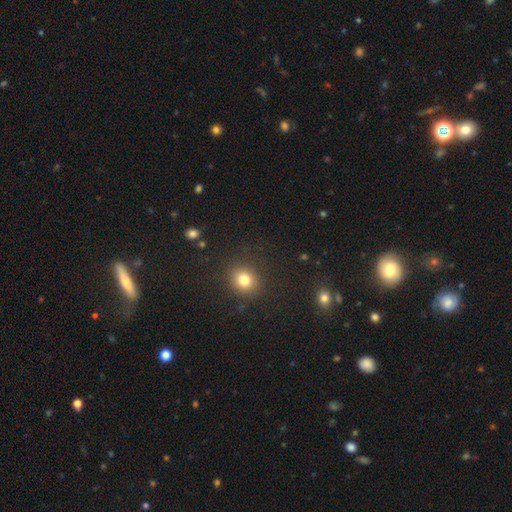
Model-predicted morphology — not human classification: A smooth galaxy with no disk features (54%) that is round (88%).

Vote fractions:
- Smooth or featured? smooth: 54% / star or artifact: 38% / featured or disk: 8%
- How rounded? round: 88% / in between: 9% / cigar-shaped: 2%
- Merging? none: 86% / minor disturbance: 7% / merger: 4% / major disturbance: 3%